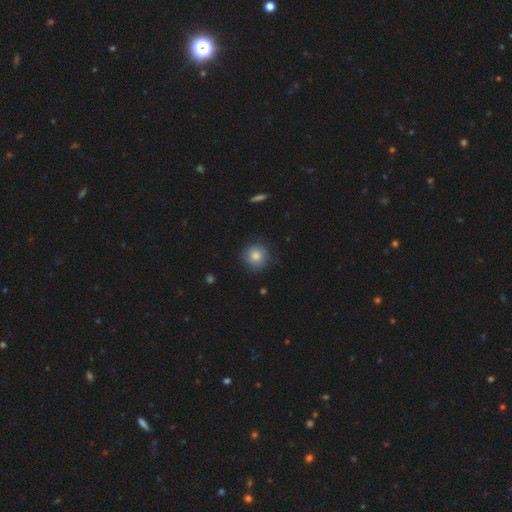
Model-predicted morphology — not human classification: type=smooth (83%); roundness=round (93%); merging=none (85%).